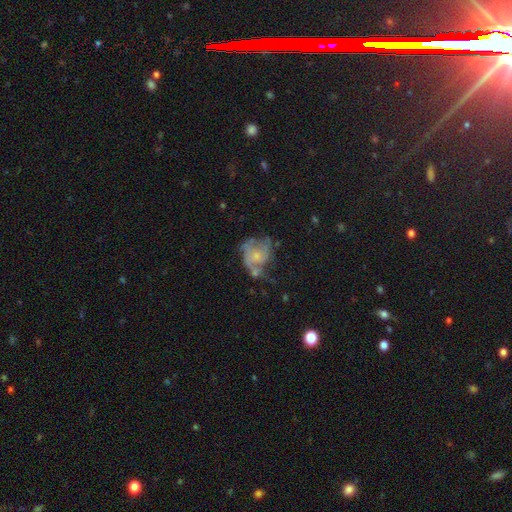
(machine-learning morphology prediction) Smooth or featured: featured or disk — 63% (smooth — 29%)
Edge-on disk: no — 98% (yes — 2%)
Bar: no — 81% (weak — 16%)
Spiral arms: yes — 63% (no — 37%)
Bulge size: small — 59% (moderate — 26%)
Merging: none — 35% (major disturbance — 31%)